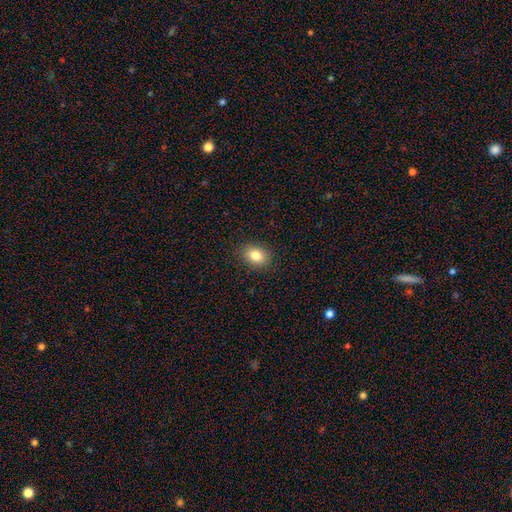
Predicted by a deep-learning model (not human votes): A smooth galaxy with no disk features (83%) that is in between round and cigar-shaped (68%). Merging: none (89%).